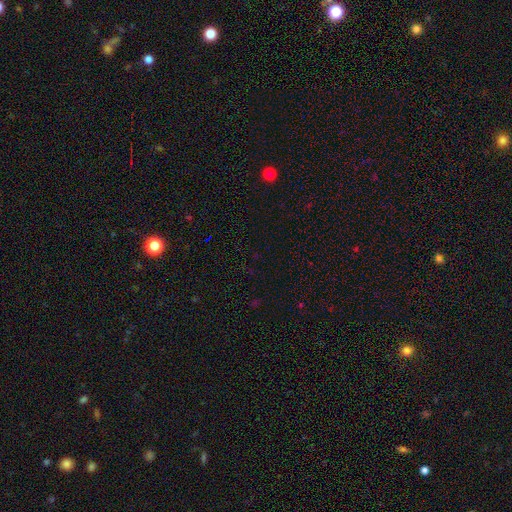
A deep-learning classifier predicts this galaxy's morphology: Smooth or featured? Predicted: star or artifact (p=0.72).